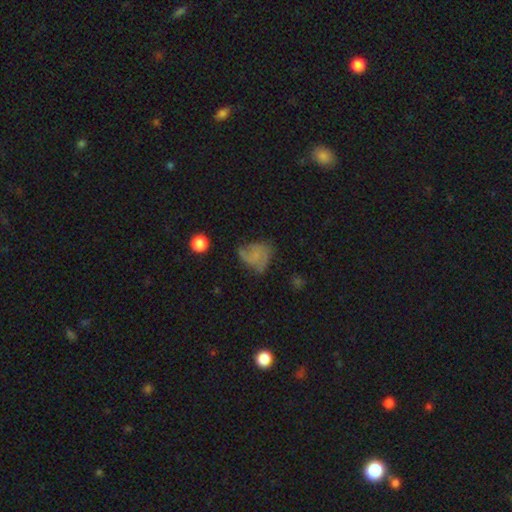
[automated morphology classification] smooth_or_featured: featured or disk (p=0.48) [alt: smooth p=0.39]
merging: none (p=0.38) [alt: major disturbance p=0.30]